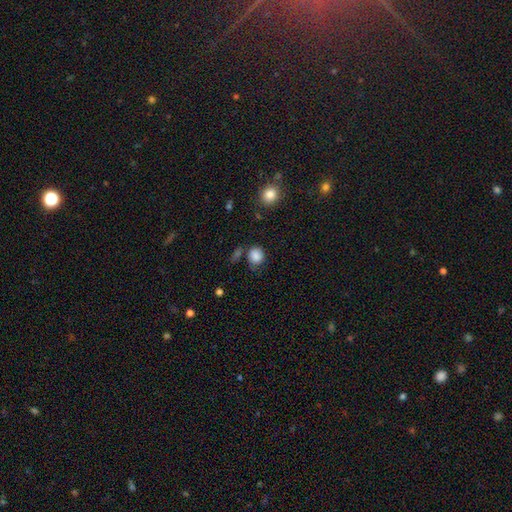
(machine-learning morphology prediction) type=smooth (85%); roundness=round (74%); merging=none (65%).